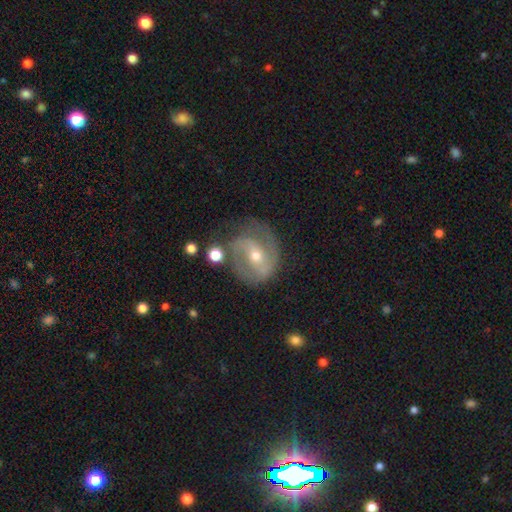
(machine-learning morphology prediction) smooth-or-featured: featured or disk: 82% | smooth: 11% | star or artifact: 7%
  disk-edge-on: no: 97% | yes: 3%
    bar: weak: 39% | no: 30% | strong: 30%
    has-spiral-arms: yes: 91% | no: 9%
      spiral-winding: medium: 45% | tight: 38% | loose: 17%
      spiral-arm-count: 2: 71% | can't tell: 12% | 1: 9% | 3: 5% | 4: 1% | more than 4: 1%
    bulge-size: small: 55% | moderate: 42% | large: 1% | none: 1% | dominant: 1%
  merging: none: 64% | minor disturbance: 21% | major disturbance: 11% | merger: 4%